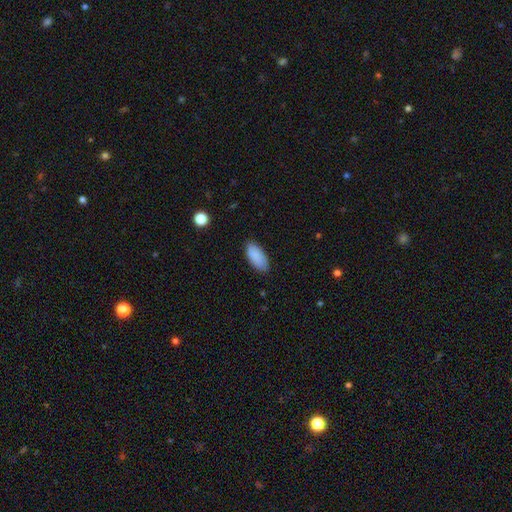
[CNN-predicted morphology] type=smooth (89%); roundness=in between (88%); merging=none (84%).